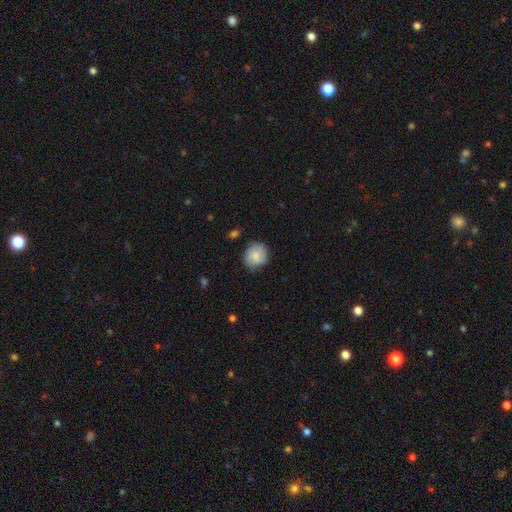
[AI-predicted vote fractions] smooth 79%, featured or disk 15%, star or artifact 7%. Down the decision tree: how rounded — round (76%); merging — none (75%).